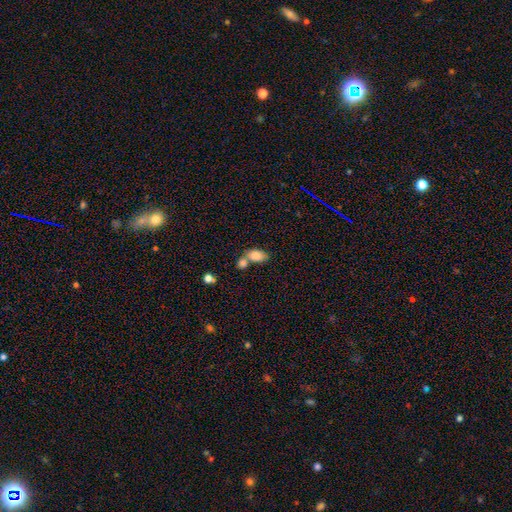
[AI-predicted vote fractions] The model was most divided on "merging": merger: 49%, none: 36%, minor disturbance: 11%, major disturbance: 4%. More confident: how rounded — in between (86%); smooth or featured — smooth (84%).